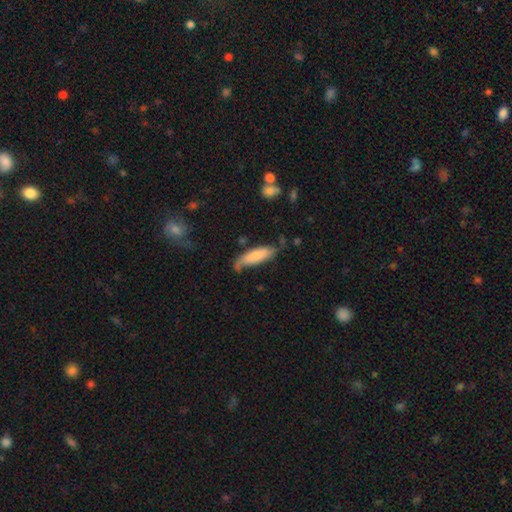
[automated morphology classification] Overall: smooth (76%). How rounded: cigar-shaped (55%; in between 43%). Merging: none (58%; minor disturbance 30%).